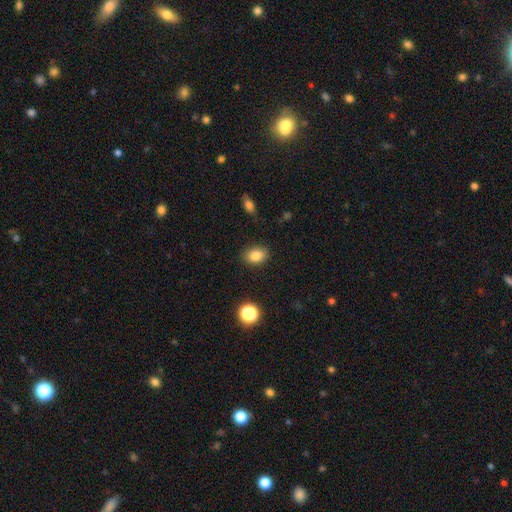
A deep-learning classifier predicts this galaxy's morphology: Q: Smooth or featured?
A: smooth (84%); runner-up: star or artifact (10%)
Q: How rounded?
A: in between (72%); runner-up: round (27%)
Q: Merging?
A: none (86%); runner-up: minor disturbance (10%)